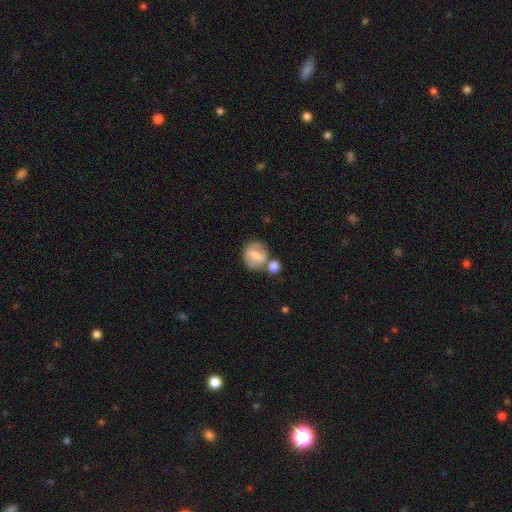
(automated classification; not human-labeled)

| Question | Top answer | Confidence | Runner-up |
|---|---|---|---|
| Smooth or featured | smooth | 62% | featured or disk (30%) |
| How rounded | round | 65% | in between (34%) |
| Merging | none | 48% | merger (31%) |